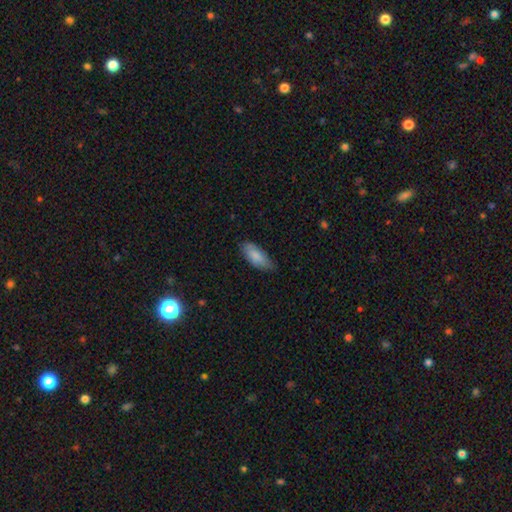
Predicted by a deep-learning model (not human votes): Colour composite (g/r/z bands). It shows a smooth galaxy with no disk features (85%) that is in between round and cigar-shaped (81%). Merging: none (72%).